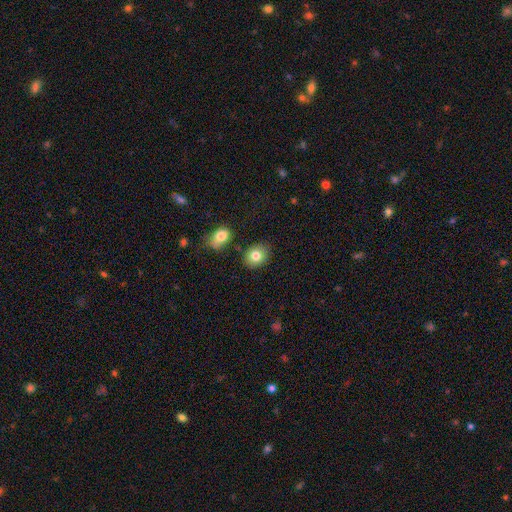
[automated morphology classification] type=smooth (81%); roundness=round (52%); merging=none (81%).